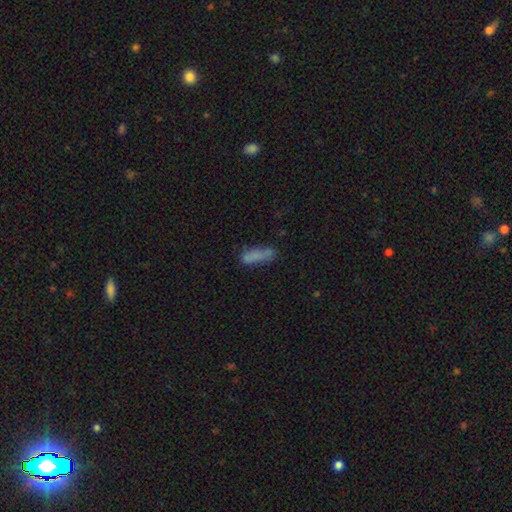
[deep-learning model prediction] Smooth or featured? Predicted: smooth (p=0.75). How rounded? Predicted: cigar-shaped (p=0.55). Merging? Predicted: none (p=0.54).